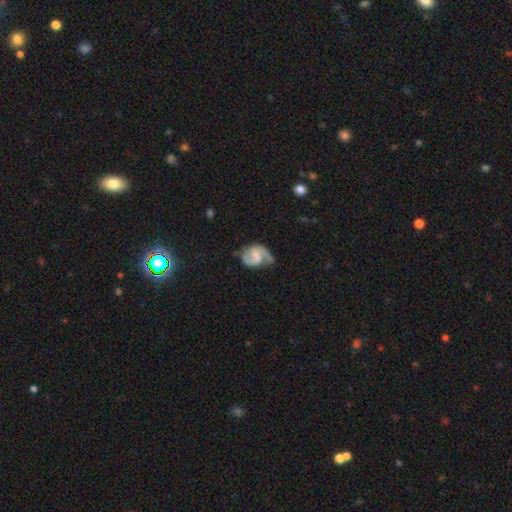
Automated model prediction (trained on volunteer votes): A featured or disk galaxy (76%) with a weak bar (49%), 2 (79%) medium (47%) spiral arms (93%) and no central bulge (48%). Merging: none (53%).